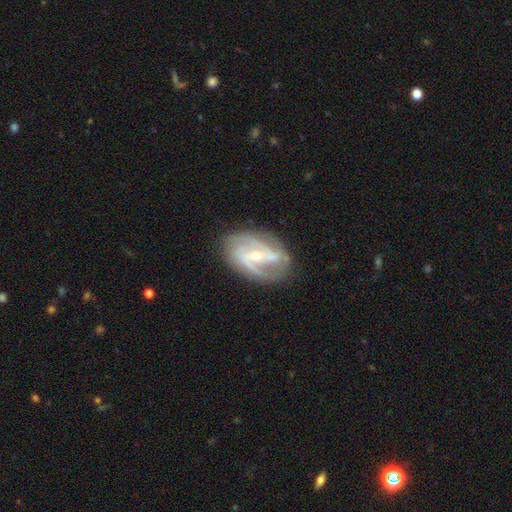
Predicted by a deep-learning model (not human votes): This appears to be a featured or disk galaxy (88%) with a weak bar (40%), 2 (54%) medium (49%) spiral arms (96%) and a small central bulge (61%). Merging: none (76%).